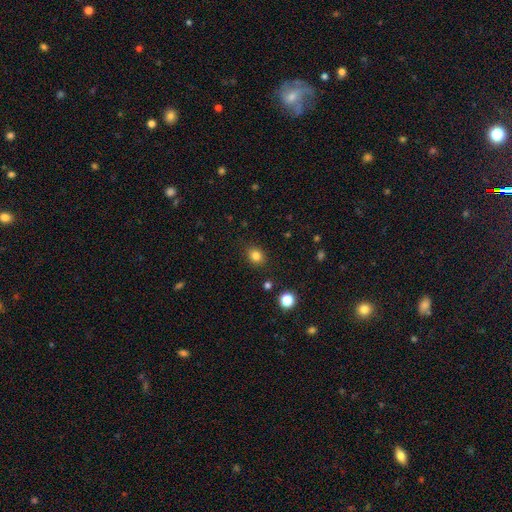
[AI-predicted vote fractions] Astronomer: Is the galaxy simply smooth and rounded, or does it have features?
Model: smooth — 82%.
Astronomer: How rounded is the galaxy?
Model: round — 61% (runner-up: in between, 38%).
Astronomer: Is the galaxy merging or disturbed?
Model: none — 88%.